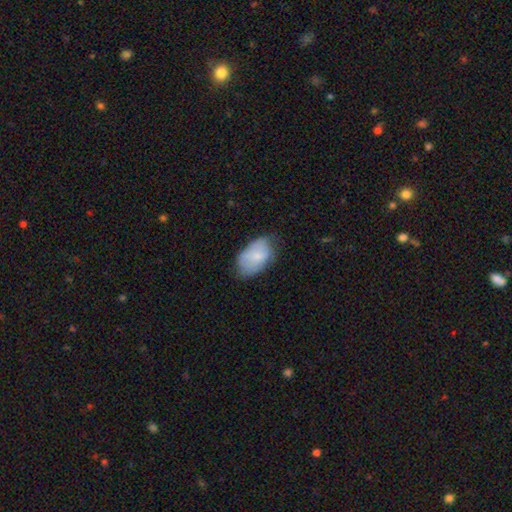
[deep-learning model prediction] smooth-or-featured: smooth: 72% | featured or disk: 21% | star or artifact: 7%
  how-rounded: in between: 91% | round: 7% | cigar-shaped: 1%
  merging: none: 52% | minor disturbance: 37% | major disturbance: 10% | merger: 2%